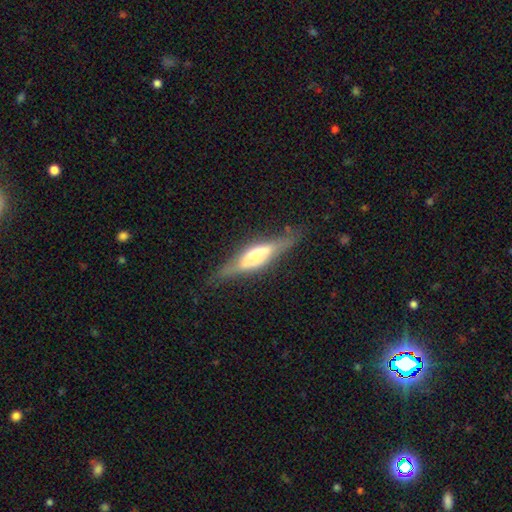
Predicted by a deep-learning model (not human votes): Smooth or featured? featured or disk (69%)
Edge-on disk? yes (88%)
Edge-on bulge? rounded (75%)
Merging? none (77%)